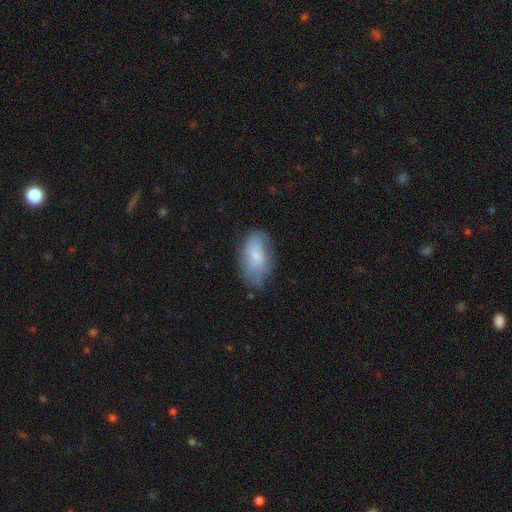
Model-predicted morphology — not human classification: smooth_or_featured: smooth (p=0.65) [alt: featured or disk p=0.27]
how_rounded: in between (p=0.93) [alt: round p=0.05]
merging: none (p=0.58) [alt: minor disturbance p=0.30]